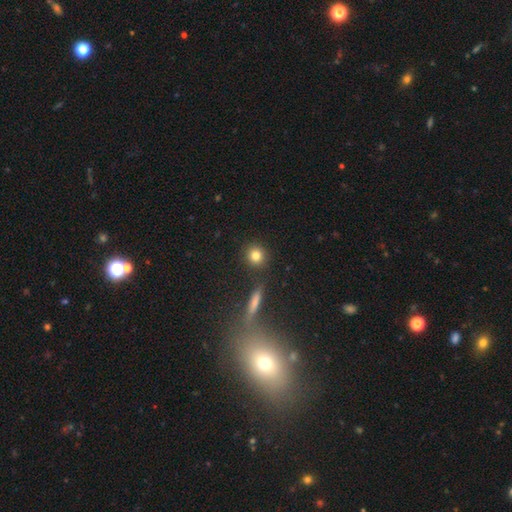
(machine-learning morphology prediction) Overall: smooth (82%). How rounded: round (90%). Merging: none (87%).